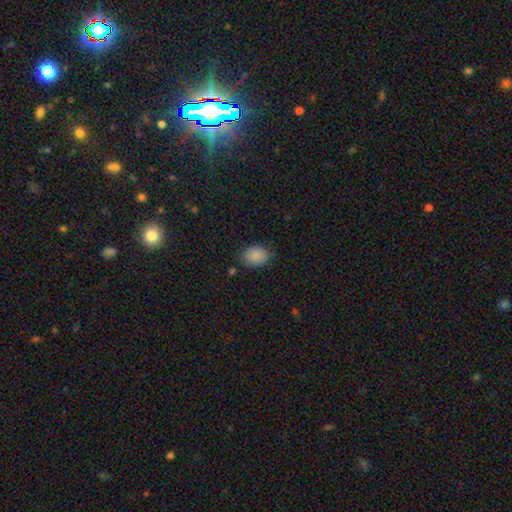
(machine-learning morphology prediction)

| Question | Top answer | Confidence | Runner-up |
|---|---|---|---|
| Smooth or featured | smooth | 88% | star or artifact (8%) |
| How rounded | in between | 74% | round (25%) |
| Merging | none | 80% | minor disturbance (15%) |